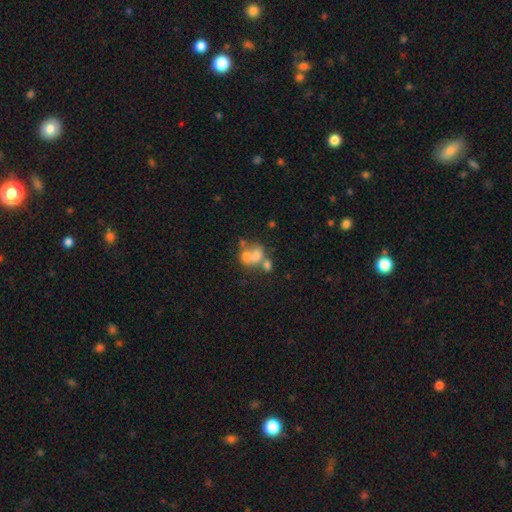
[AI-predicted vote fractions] smooth 57%, featured or disk 30%, star or artifact 14%. Down the decision tree: how rounded — in between (53%); merging — merger (59%).